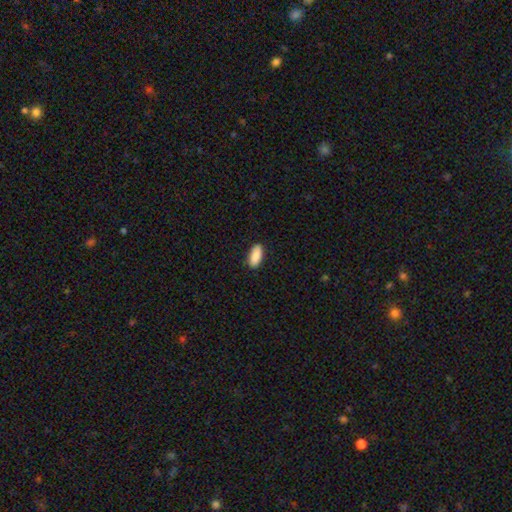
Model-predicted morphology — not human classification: type=smooth (90%); roundness=in between (85%); merging=none (89%).